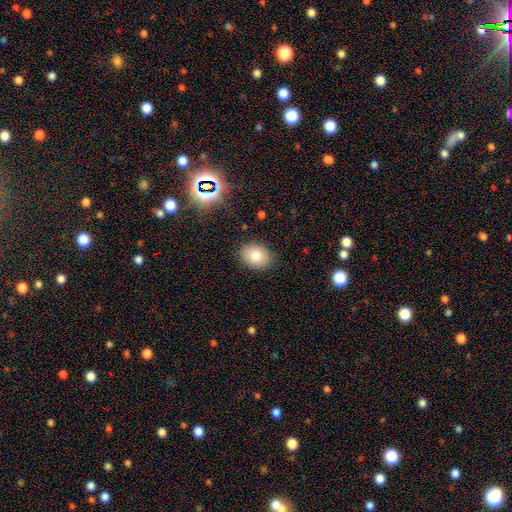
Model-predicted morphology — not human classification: type=smooth (81%); roundness=in between (61%); merging=none (87%).